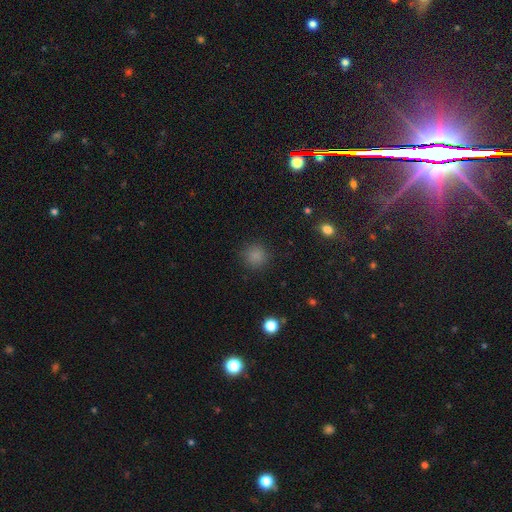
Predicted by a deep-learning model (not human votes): Morphology: type=smooth (83%); roundness=round (92%); merging=none (88%).